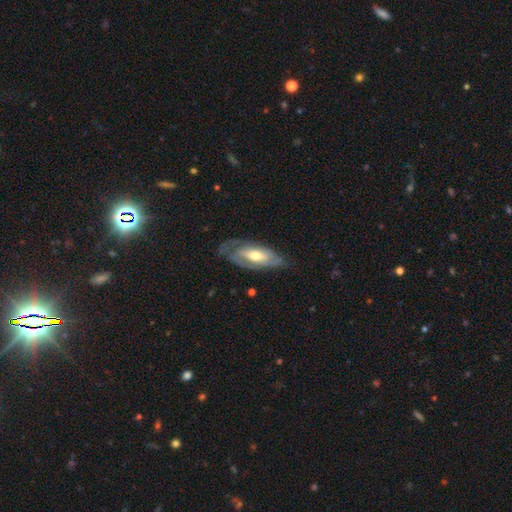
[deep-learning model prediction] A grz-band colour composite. It shows a featured or disk galaxy (66%) with no bar (55%), spiral arms (69%) and a moderate central bulge (64%). Merging: none (56%).